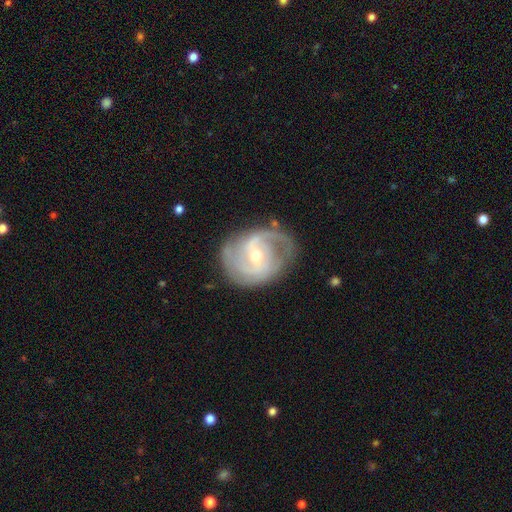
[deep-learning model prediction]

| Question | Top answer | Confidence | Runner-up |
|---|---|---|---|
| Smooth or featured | featured or disk | 86% | smooth (9%) |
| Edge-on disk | no | 97% | yes (3%) |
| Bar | weak | 48% | no (33%) |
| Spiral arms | yes | 94% | no (6%) |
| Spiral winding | medium | 46% | tight (37%) |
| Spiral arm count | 2 | 64% | can't tell (14%) |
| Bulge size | small | 50% | moderate (47%) |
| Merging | none | 70% | minor disturbance (19%) |